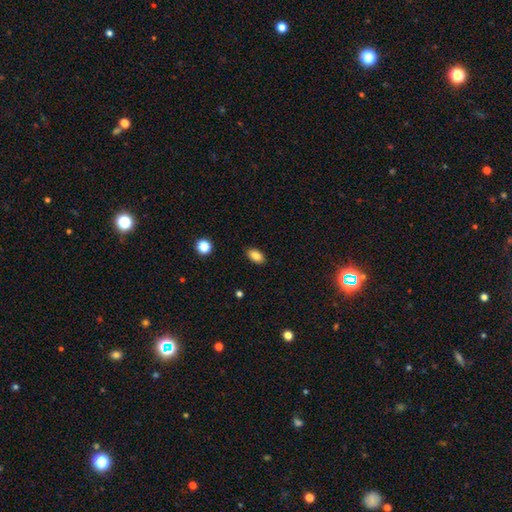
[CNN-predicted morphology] smooth_or_featured: smooth (p=0.84) [alt: star or artifact p=0.09]
how_rounded: in between (p=0.89) [alt: round p=0.10]
merging: none (p=0.87) [alt: minor disturbance p=0.09]